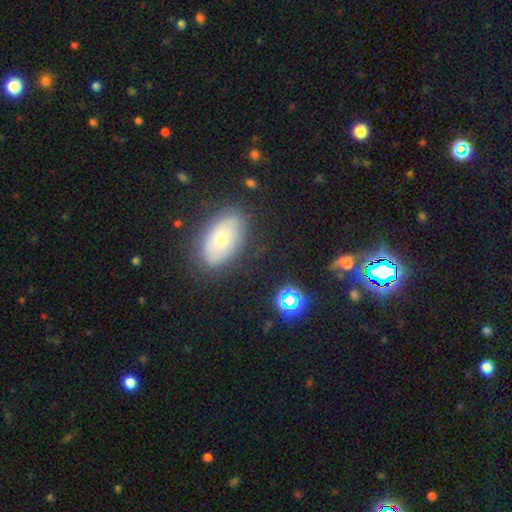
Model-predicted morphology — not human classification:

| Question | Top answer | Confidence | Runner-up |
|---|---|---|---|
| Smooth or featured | smooth | 52% | star or artifact (28%) |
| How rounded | in between | 89% | round (8%) |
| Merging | none | 85% | minor disturbance (10%) |